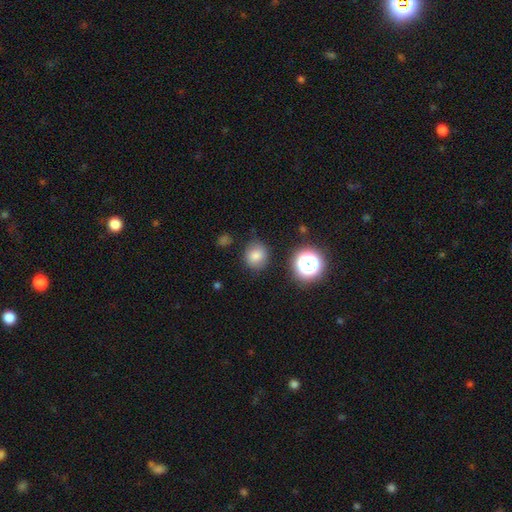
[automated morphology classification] Smooth or featured? Predicted: smooth (p=0.79). How rounded? Predicted: round (p=0.83). Merging? Predicted: none (p=0.81).